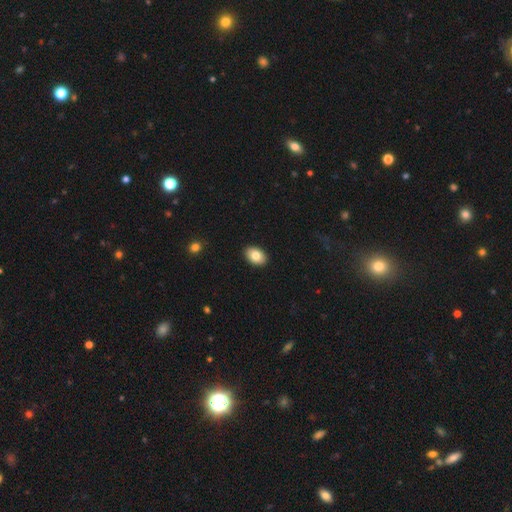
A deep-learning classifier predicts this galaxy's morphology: The model was most divided on "smooth or featured": smooth: 82%, featured or disk: 11%, star or artifact: 7%. More confident: merging — none (91%); how rounded — in between (87%).